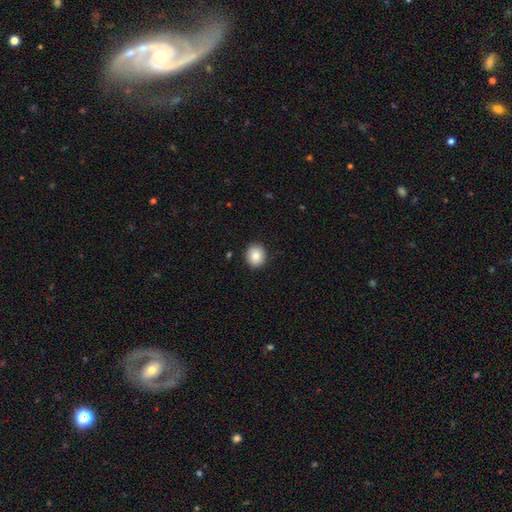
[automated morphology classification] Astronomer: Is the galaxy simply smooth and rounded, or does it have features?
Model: smooth — 85%.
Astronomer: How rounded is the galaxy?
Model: round — 75%.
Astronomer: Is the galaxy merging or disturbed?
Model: none — 89%.